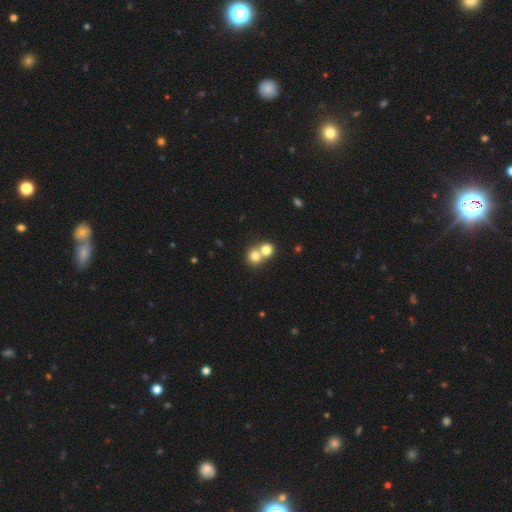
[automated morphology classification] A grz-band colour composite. It shows a smooth galaxy with no disk features (76%) that is round (80%). Merging: merger (64%).